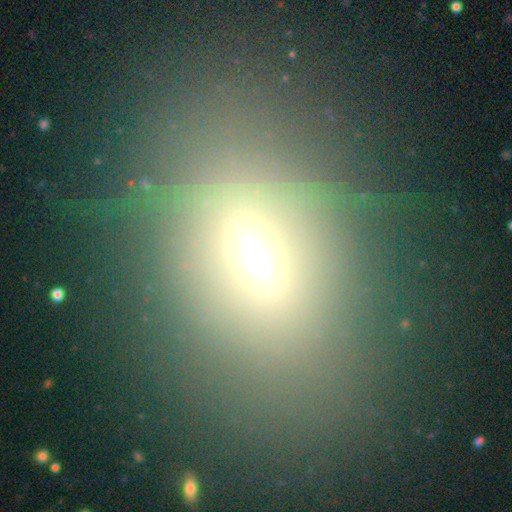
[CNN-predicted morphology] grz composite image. It shows a smooth galaxy with no disk features (47%). Merging: none (83%).